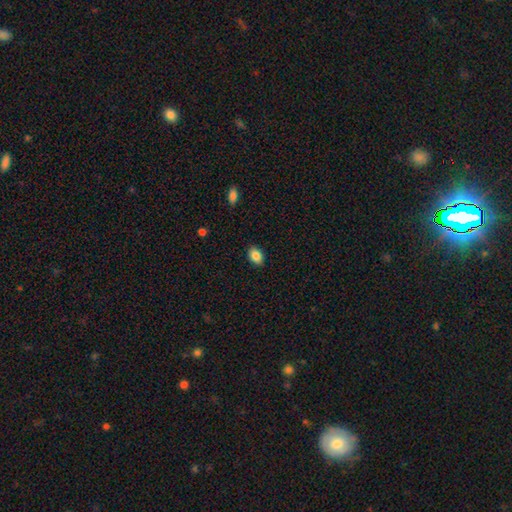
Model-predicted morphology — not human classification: A smooth galaxy with no disk features (86%) that is in between round and cigar-shaped (83%).

Vote fractions:
- Smooth or featured? smooth: 86% / star or artifact: 8% / featured or disk: 6%
- How rounded? in between: 83% / round: 15% / cigar-shaped: 1%
- Merging? none: 89% / minor disturbance: 8% / major disturbance: 2% / merger: 1%